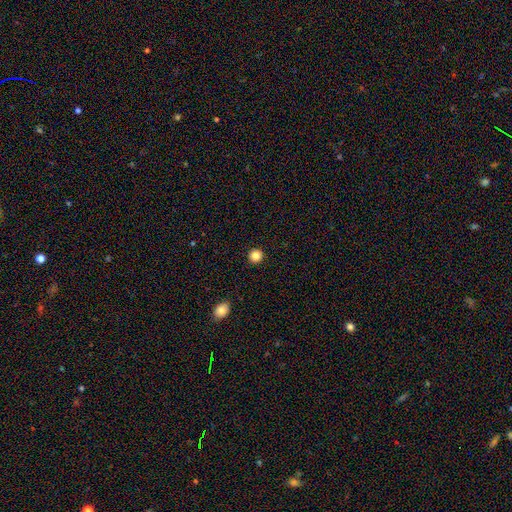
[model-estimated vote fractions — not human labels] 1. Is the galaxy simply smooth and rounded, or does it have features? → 85% smooth, 11% star or artifact, 4% featured or disk.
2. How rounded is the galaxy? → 94% round, 5% in between, 1% cigar-shaped.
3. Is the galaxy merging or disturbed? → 93% none, 4% minor disturbance, 2% major disturbance, 1% merger.